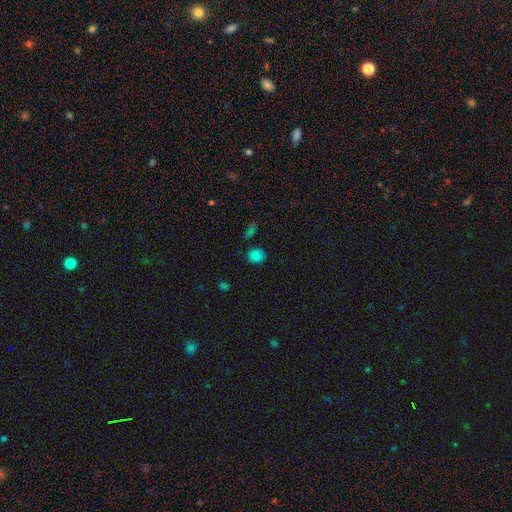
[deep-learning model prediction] smooth 81%, star or artifact 14%, featured or disk 4%. Down the decision tree: how rounded — round (76%); merging — none (80%).